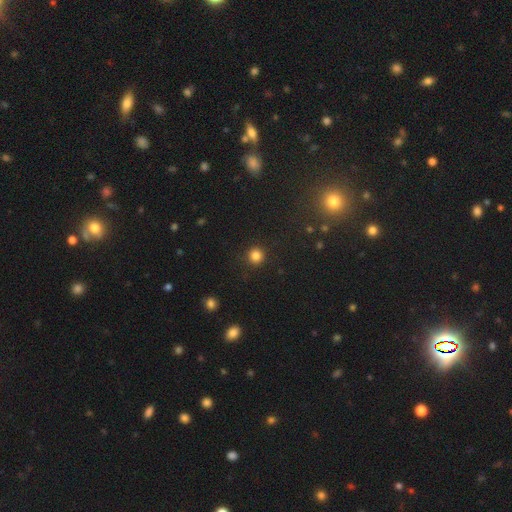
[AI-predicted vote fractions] smooth_or_featured: smooth (p=0.84) [alt: star or artifact p=0.12]
how_rounded: round (p=0.94) [alt: in between p=0.05]
merging: none (p=0.92) [alt: minor disturbance p=0.05]